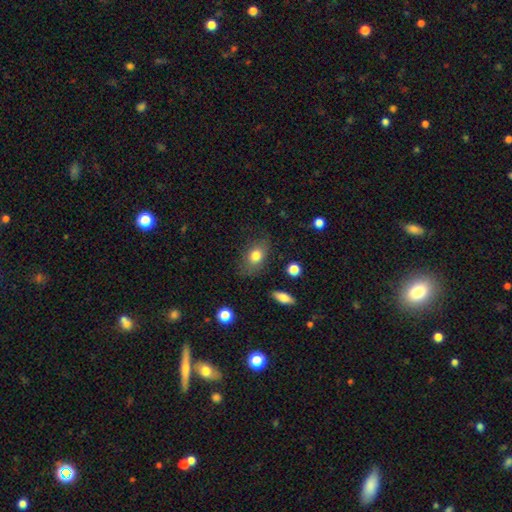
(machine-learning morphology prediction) Smooth or featured: smooth — 79% (featured or disk — 12%)
How rounded: in between — 75% (round — 23%)
Merging: none — 71% (minor disturbance — 20%)